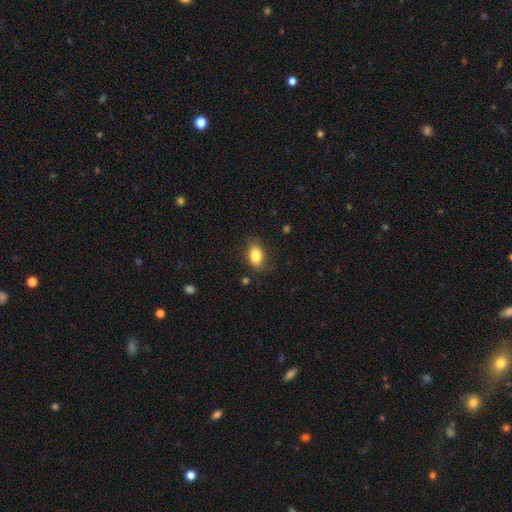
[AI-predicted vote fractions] Q: Smooth or featured?
A: smooth (84%); runner-up: star or artifact (8%)
Q: How rounded?
A: in between (85%); runner-up: round (12%)
Q: Merging?
A: none (79%); runner-up: minor disturbance (16%)